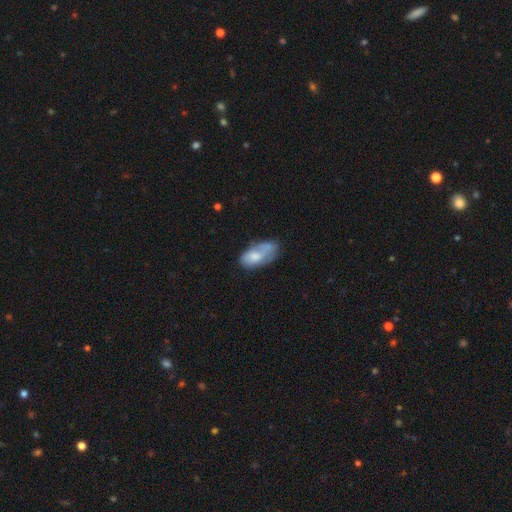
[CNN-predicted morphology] The model was most divided on "merging": none: 39%, minor disturbance: 32%, major disturbance: 18%, merger: 11%. More confident: how rounded — in between (91%); smooth or featured — smooth (60%).